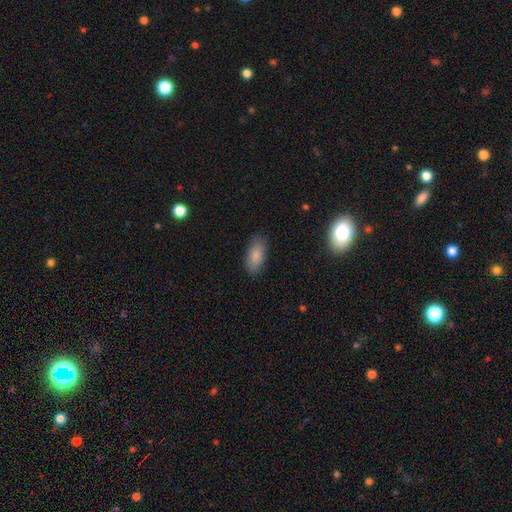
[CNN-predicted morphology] Overall: smooth (85%). How rounded: in between (89%). Merging: none (85%).